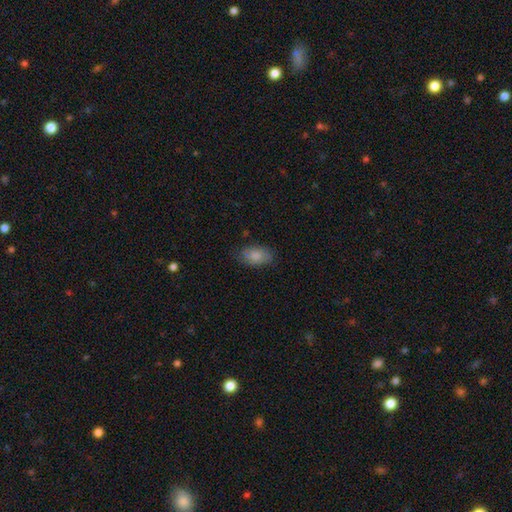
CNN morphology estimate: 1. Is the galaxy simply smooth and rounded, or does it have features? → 83% smooth, 10% featured or disk, 7% star or artifact.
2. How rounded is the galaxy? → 92% in between, 7% round, 2% cigar-shaped.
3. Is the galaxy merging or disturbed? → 74% none, 20% minor disturbance, 5% major disturbance, 1% merger.